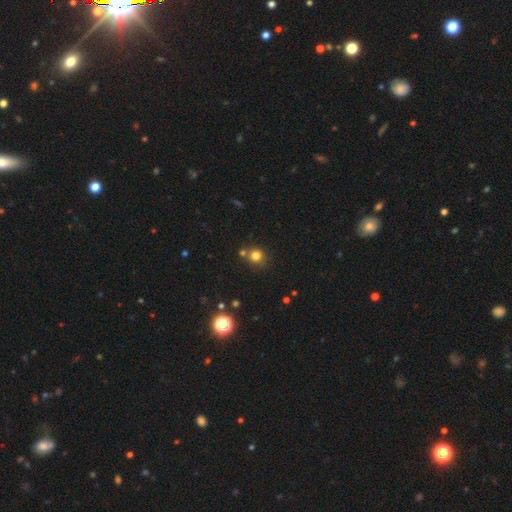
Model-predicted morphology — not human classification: smooth 77%, star or artifact 16%, featured or disk 7%. Down the decision tree: how rounded — round (90%); merging — none (73%).